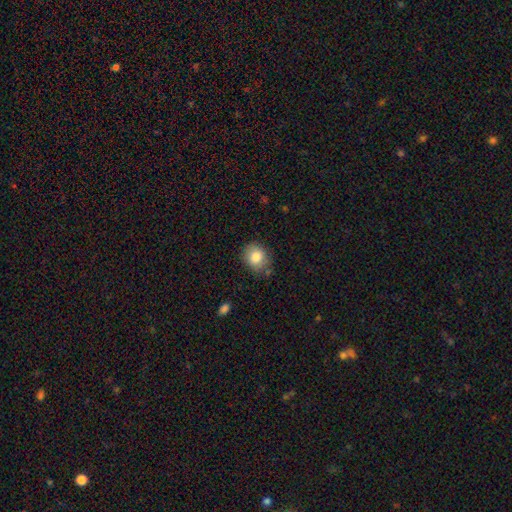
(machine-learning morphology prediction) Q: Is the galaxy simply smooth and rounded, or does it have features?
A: smooth — 83%.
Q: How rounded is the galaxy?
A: round — 59%.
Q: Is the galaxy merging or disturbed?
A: none — 79%.